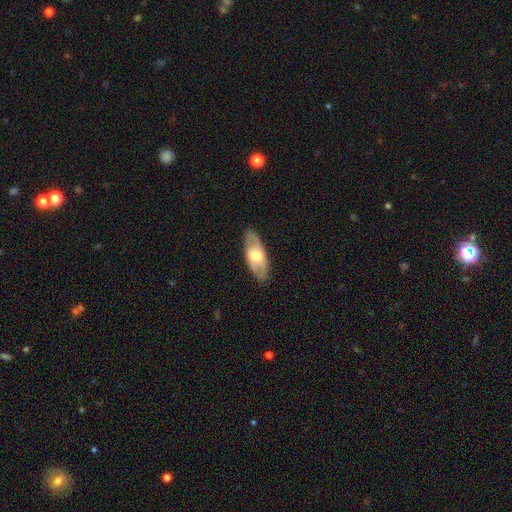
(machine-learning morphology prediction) Overall: featured or disk (48%; smooth 46%). Merging: none (86%).